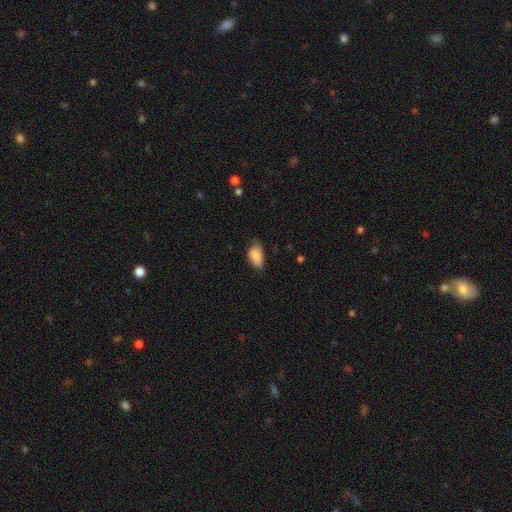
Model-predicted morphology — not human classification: This is clearly a smooth galaxy (87%). How rounded: clearly in between (92%). Merging: possibly none (57%).